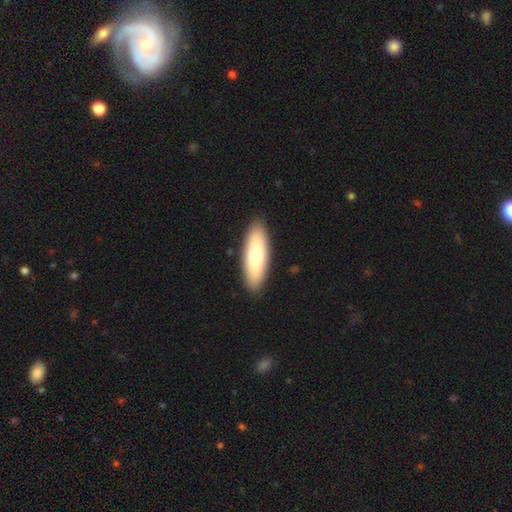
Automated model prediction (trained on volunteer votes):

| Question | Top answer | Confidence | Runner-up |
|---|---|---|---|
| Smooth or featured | smooth | 71% | featured or disk (24%) |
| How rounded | in between | 57% | cigar-shaped (41%) |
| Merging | none | 90% | minor disturbance (7%) |